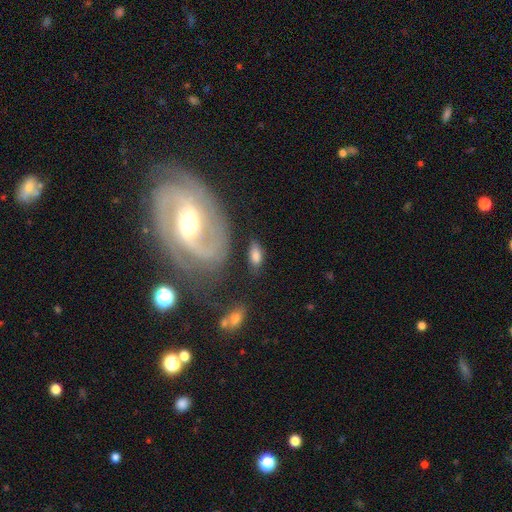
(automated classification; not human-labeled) Smooth or featured: smooth — 75% (featured or disk — 17%)
How rounded: in between — 87% (cigar-shaped — 8%)
Merging: none — 69% (minor disturbance — 16%)